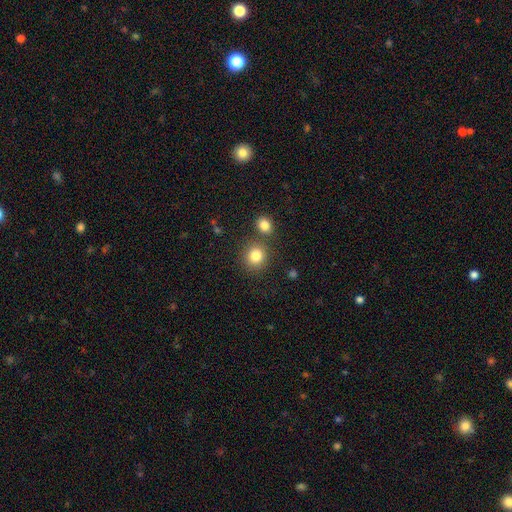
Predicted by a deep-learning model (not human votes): A smooth galaxy with no disk features (83%) that is round (86%).

Vote fractions:
- Smooth or featured? smooth: 83% / star or artifact: 11% / featured or disk: 6%
- How rounded? round: 86% / in between: 13% / cigar-shaped: 1%
- Merging? none: 76% / merger: 13% / minor disturbance: 8% / major disturbance: 3%